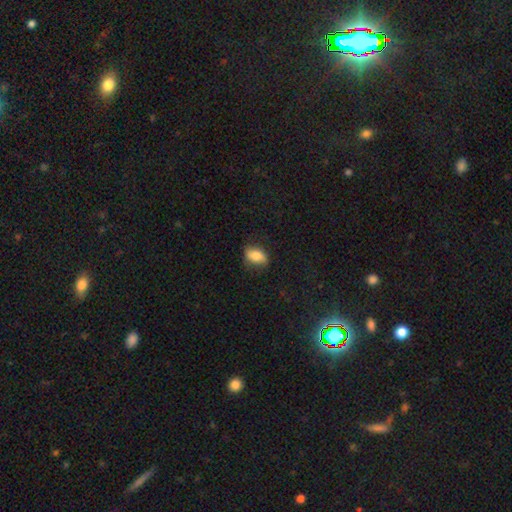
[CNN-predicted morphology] Smooth or featured?
  - smooth: 78% *
  - featured or disk: 14%
  - star or artifact: 8%
How rounded?
  - in between: 85% *
  - round: 11%
  - cigar-shaped: 4%
Merging?
  - none: 73% *
  - minor disturbance: 20%
  - major disturbance: 5%
  - merger: 1%